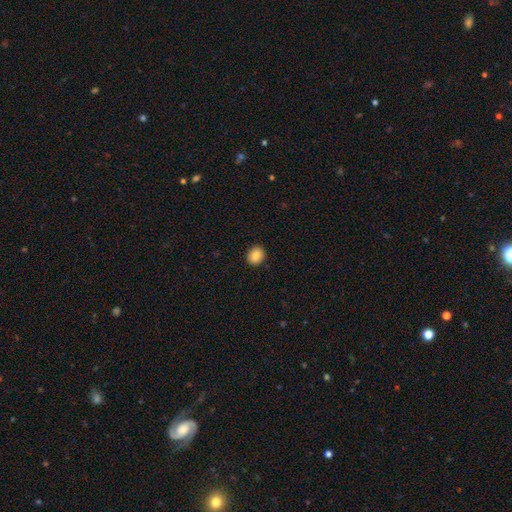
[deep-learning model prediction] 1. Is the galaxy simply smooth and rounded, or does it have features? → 87% smooth, 8% star or artifact, 5% featured or disk.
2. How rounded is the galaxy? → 63% round, 36% in between, 1% cigar-shaped.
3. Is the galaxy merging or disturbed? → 91% none, 7% minor disturbance, 2% major disturbance, 1% merger.